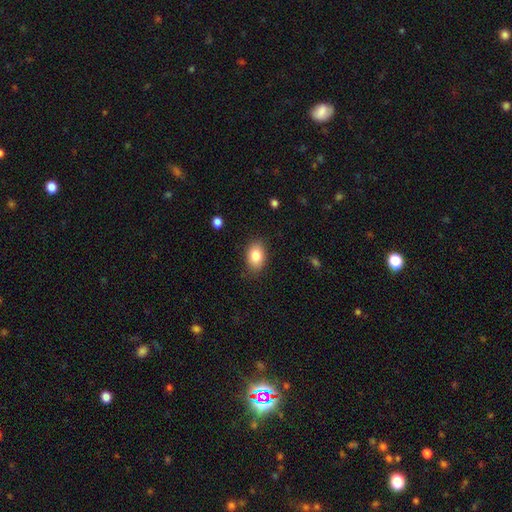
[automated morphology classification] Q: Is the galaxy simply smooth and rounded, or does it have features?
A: smooth — 84%.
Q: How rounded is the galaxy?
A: in between — 83%.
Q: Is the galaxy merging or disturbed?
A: none — 84%.